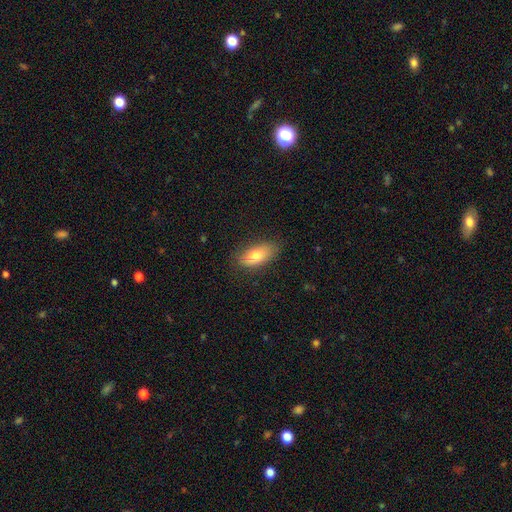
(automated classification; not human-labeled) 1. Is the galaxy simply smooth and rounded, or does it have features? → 76% smooth, 17% featured or disk, 7% star or artifact.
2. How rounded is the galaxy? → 87% in between, 10% cigar-shaped, 4% round.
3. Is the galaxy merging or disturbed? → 82% none, 14% minor disturbance, 3% major disturbance, 1% merger.